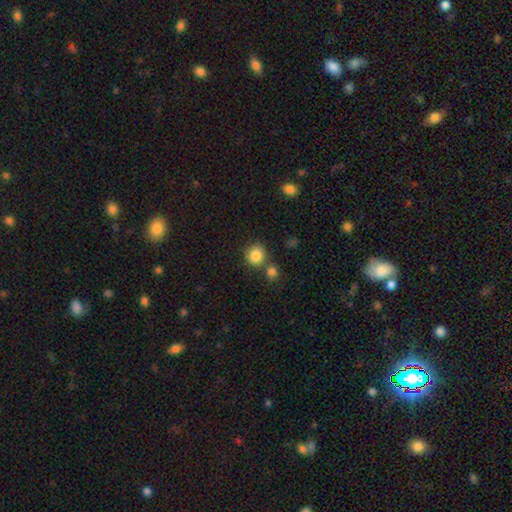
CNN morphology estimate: Smooth or featured?
  - smooth: 85% *
  - star or artifact: 10%
  - featured or disk: 5%
How rounded?
  - round: 86% *
  - in between: 13%
  - cigar-shaped: 1%
Merging?
  - none: 68% *
  - merger: 18%
  - minor disturbance: 10%
  - major disturbance: 3%